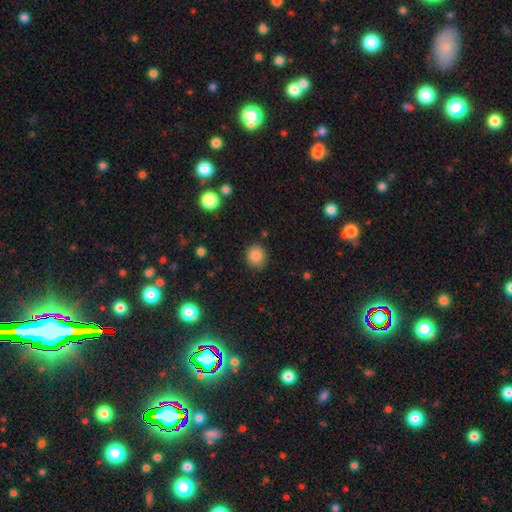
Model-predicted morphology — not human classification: smooth-or-featured: smooth: 86% | star or artifact: 10% | featured or disk: 4%
  how-rounded: round: 78% | in between: 21% | cigar-shaped: 1%
  merging: none: 86% | minor disturbance: 9% | major disturbance: 3% | merger: 2%